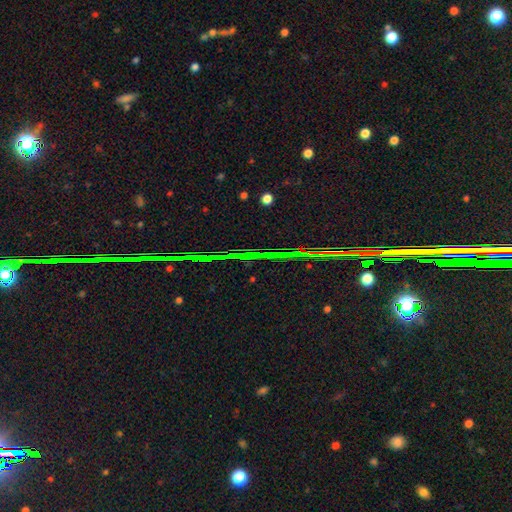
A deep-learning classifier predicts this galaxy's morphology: type=star or artifact (86%).